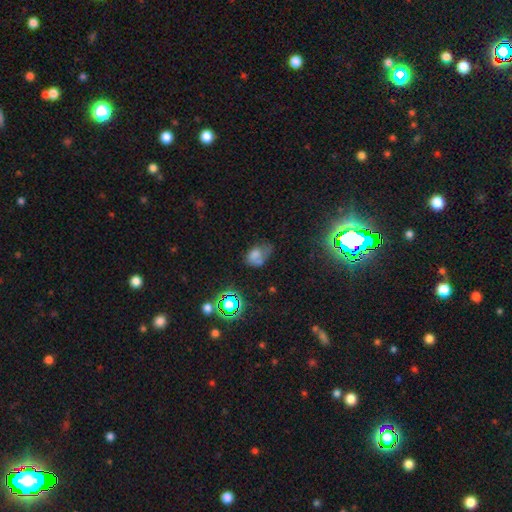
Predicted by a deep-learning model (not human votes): Morphology: type=smooth (58%); roundness=in between (68%); merging=minor disturbance (31%).